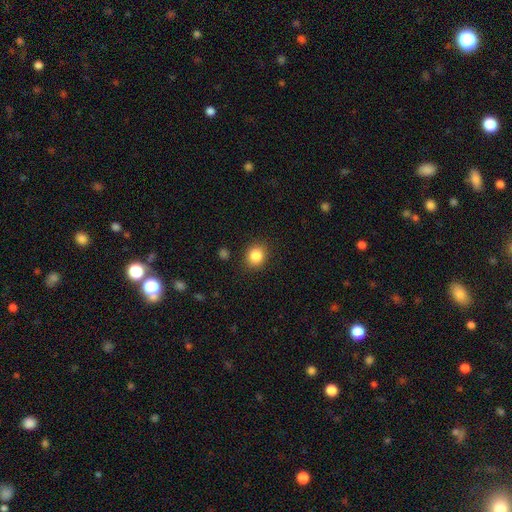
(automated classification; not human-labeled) A smooth galaxy with no disk features (85%) that is round (76%). Merging: none (87%).